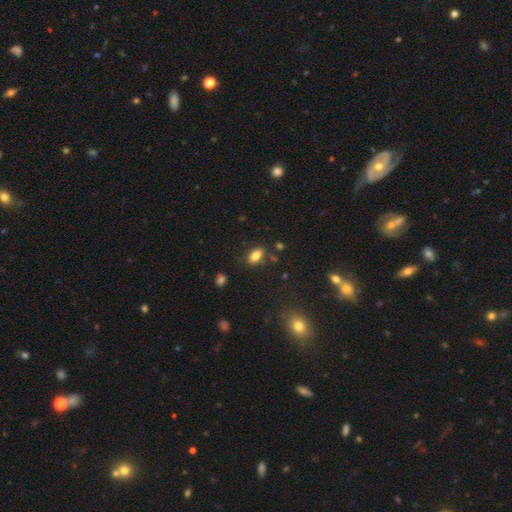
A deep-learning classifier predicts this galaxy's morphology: Q: Smooth or featured?
A: smooth (82%); runner-up: star or artifact (10%)
Q: How rounded?
A: in between (88%); runner-up: cigar-shaped (6%)
Q: Merging?
A: none (80%); runner-up: minor disturbance (13%)